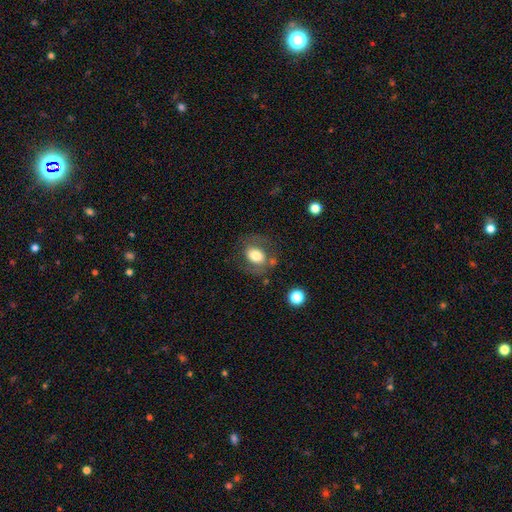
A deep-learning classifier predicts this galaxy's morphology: A smooth galaxy with no disk features (68%) that is in between round and cigar-shaped (64%).

Vote fractions:
- Smooth or featured? smooth: 68% / featured or disk: 24% / star or artifact: 8%
- How rounded? in between: 64% / round: 35% / cigar-shaped: 1%
- Merging? none: 66% / minor disturbance: 18% / major disturbance: 12% / merger: 5%